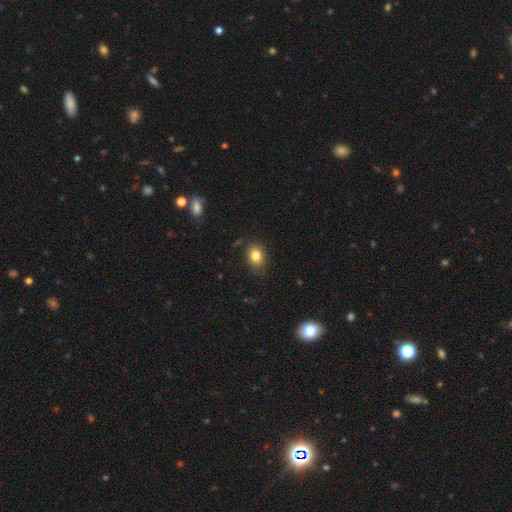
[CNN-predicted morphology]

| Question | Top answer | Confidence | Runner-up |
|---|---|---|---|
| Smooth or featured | smooth | 82% | star or artifact (10%) |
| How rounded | in between | 65% | round (33%) |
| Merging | none | 79% | minor disturbance (16%) |